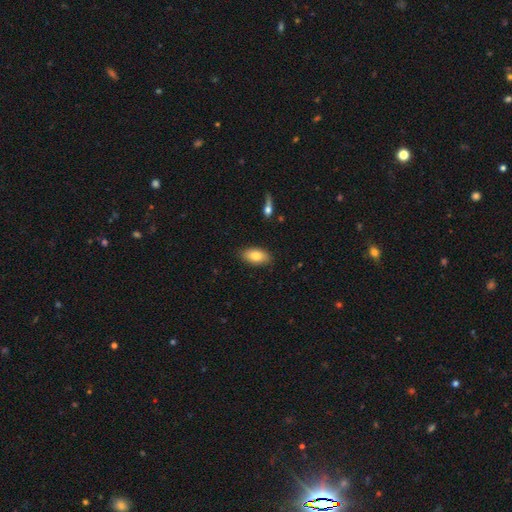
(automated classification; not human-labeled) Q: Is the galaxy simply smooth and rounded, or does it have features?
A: smooth — 82%.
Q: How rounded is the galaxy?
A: in between — 92%.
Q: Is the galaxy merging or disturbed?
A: none — 87%.